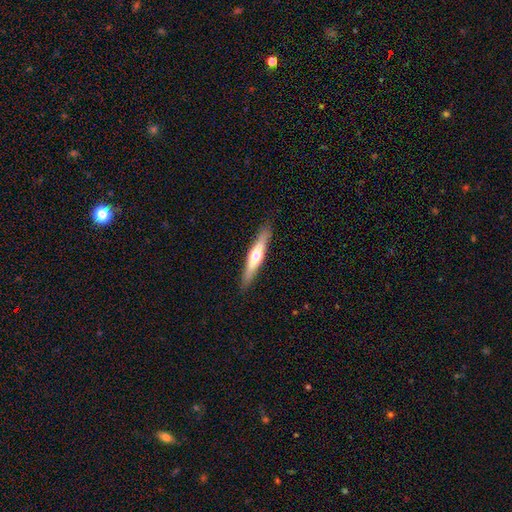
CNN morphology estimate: smooth-or-featured: featured or disk: 56% | smooth: 39% | star or artifact: 5%
  disk-edge-on: yes: 94% | no: 6%
    edge-on-bulge: rounded: 90% | none: 6% | boxy: 4%
  merging: none: 89% | minor disturbance: 9% | major disturbance: 2% | merger: 1%